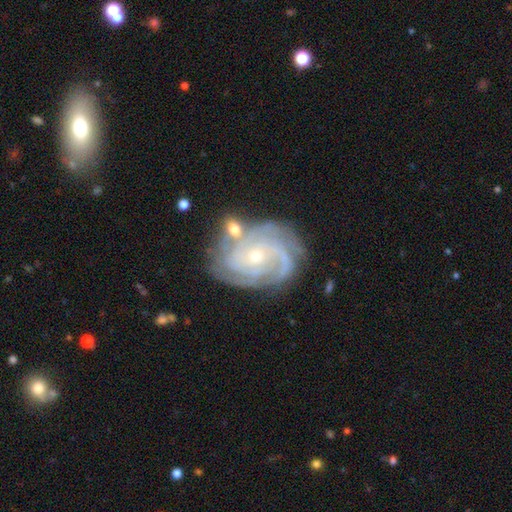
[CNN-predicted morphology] featured or disk 89%, star or artifact 6%, smooth 5%. Down the decision tree: edge-on disk — no (97%); bar — no (73%); spiral arms — yes (97%); spiral arm count — 3 (31%); spiral winding — tight (70%); bulge size — small (70%); merging — none (67%).